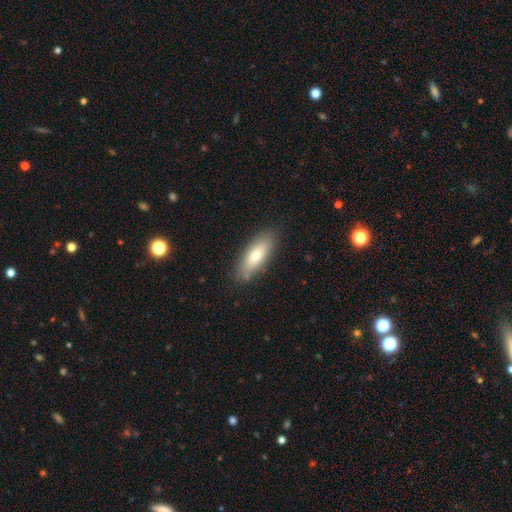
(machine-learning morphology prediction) type=smooth (71%); roundness=in between (69%); merging=none (85%).